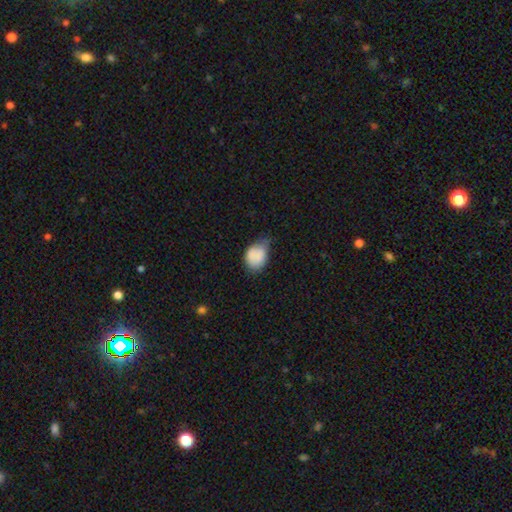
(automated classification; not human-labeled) This appears to be a smooth galaxy with no disk features (82%) that is in between round and cigar-shaped (66%). Merging: minor disturbance (50%).